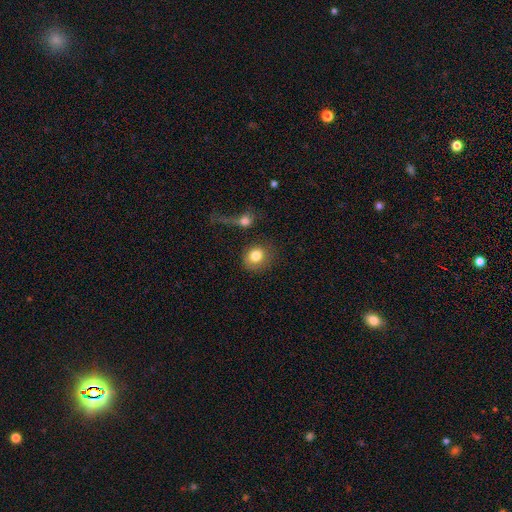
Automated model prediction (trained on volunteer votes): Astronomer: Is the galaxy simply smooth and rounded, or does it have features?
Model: smooth — 81%.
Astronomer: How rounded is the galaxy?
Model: round — 74%.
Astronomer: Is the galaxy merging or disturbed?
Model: none — 62%.